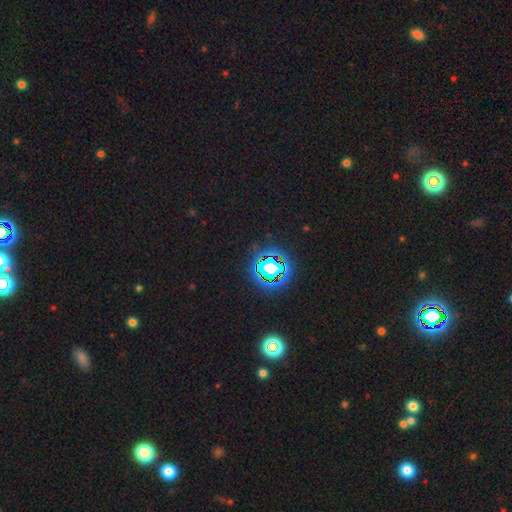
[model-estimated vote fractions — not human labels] The model was most divided on "smooth or featured": star or artifact: 80%, smooth: 13%, featured or disk: 7%.